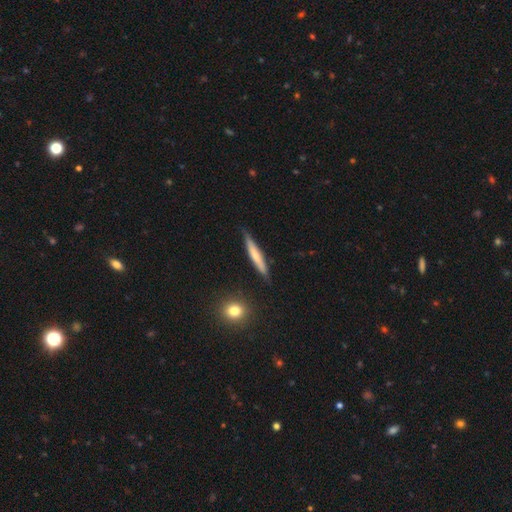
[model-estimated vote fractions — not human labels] This is possibly a smooth galaxy (58%). How rounded: clearly cigar-shaped (93%). Merging: clearly none (84%).